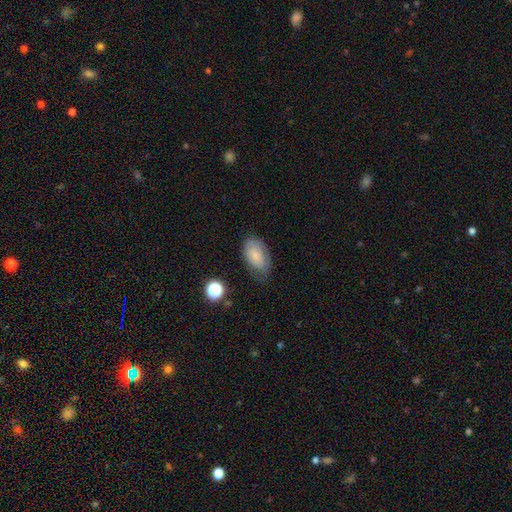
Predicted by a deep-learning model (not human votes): This is likely a smooth galaxy (76%). How rounded: clearly in between (92%). Merging: likely none (60%).